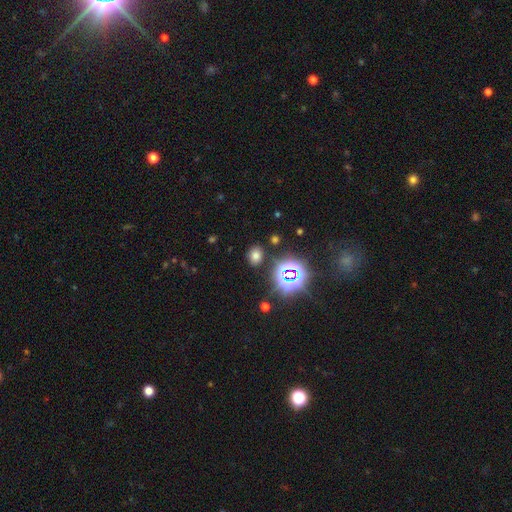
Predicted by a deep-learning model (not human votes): Q: Smooth or featured?
A: smooth (63%); runner-up: star or artifact (29%)
Q: How rounded?
A: in between (55%); runner-up: round (44%)
Q: Merging?
A: none (84%); runner-up: minor disturbance (9%)